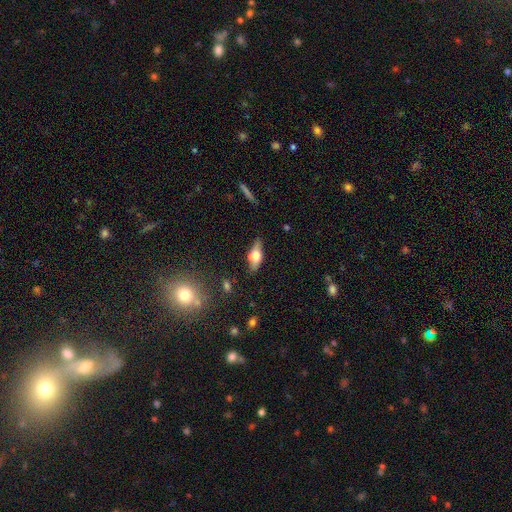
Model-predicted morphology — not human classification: Smooth or featured?
  - featured or disk: 48% *
  - smooth: 44%
  - star or artifact: 8%
Merging?
  - none: 72% *
  - minor disturbance: 17%
  - merger: 7%
  - major disturbance: 5%